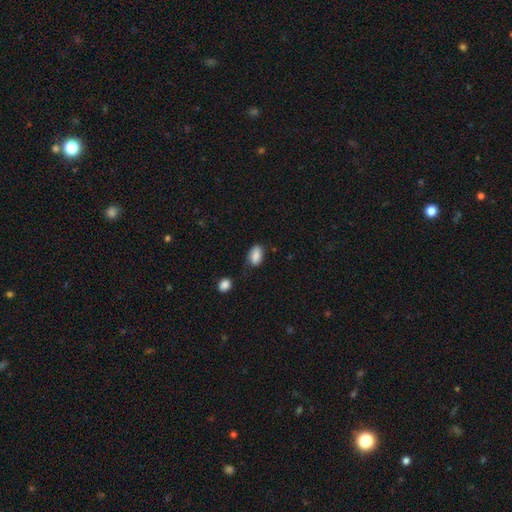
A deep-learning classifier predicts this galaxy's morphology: A smooth galaxy with no disk features (85%) that is in between round and cigar-shaped (90%).

Vote fractions:
- Smooth or featured? smooth: 85% / star or artifact: 8% / featured or disk: 7%
- How rounded? in between: 90% / round: 8% / cigar-shaped: 2%
- Merging? none: 55% / minor disturbance: 32% / major disturbance: 9% / merger: 4%